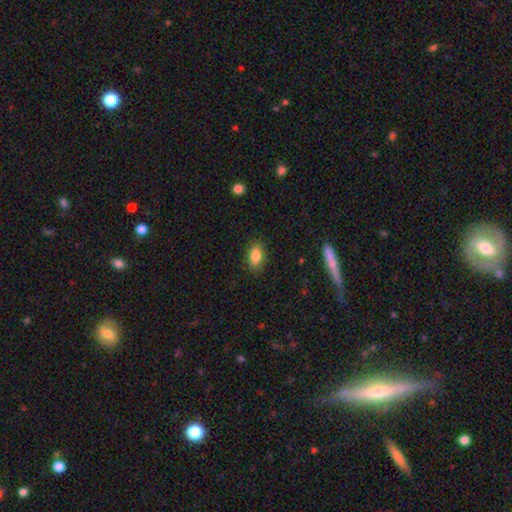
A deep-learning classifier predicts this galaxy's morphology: Smooth or featured? smooth (85%)
How rounded? in between (88%)
Merging? none (85%)